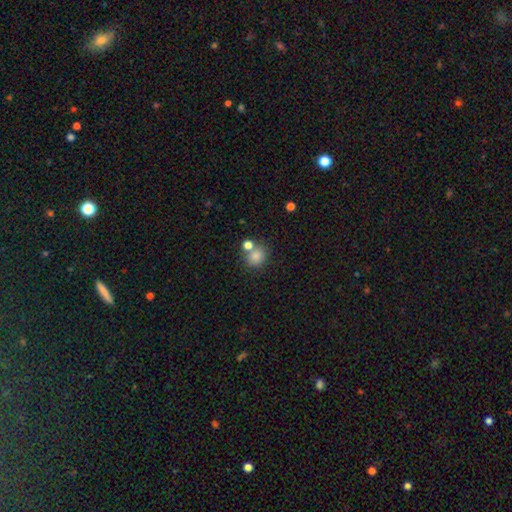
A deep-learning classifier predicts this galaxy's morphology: The model was most divided on "merging": none: 60%, merger: 25%, minor disturbance: 10%, major disturbance: 4%. More confident: smooth or featured — smooth (82%); how rounded — round (77%).